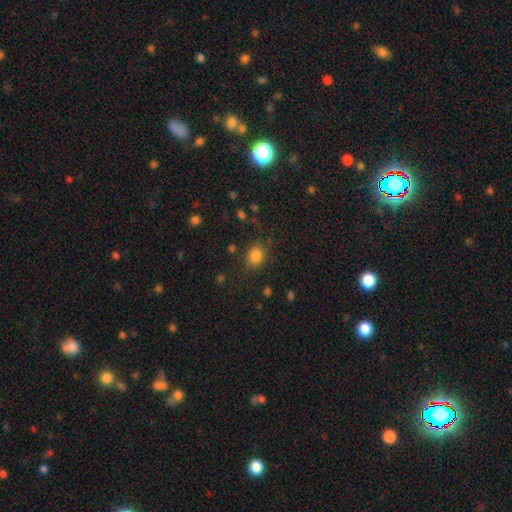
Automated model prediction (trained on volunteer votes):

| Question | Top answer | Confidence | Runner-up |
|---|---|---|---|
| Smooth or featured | smooth | 83% | star or artifact (12%) |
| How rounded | round | 65% | in between (34%) |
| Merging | none | 81% | minor disturbance (11%) |